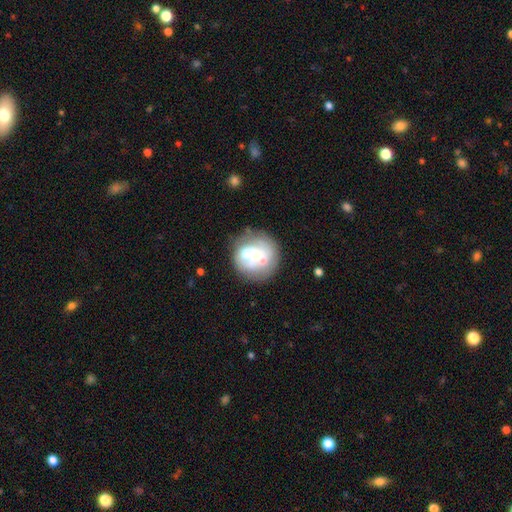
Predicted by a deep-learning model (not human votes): A featured or disk galaxy (48%).

Vote fractions:
- Smooth or featured? featured or disk: 48% / smooth: 43% / star or artifact: 9%
- Merging? none: 45% / merger: 32% / minor disturbance: 14% / major disturbance: 9%